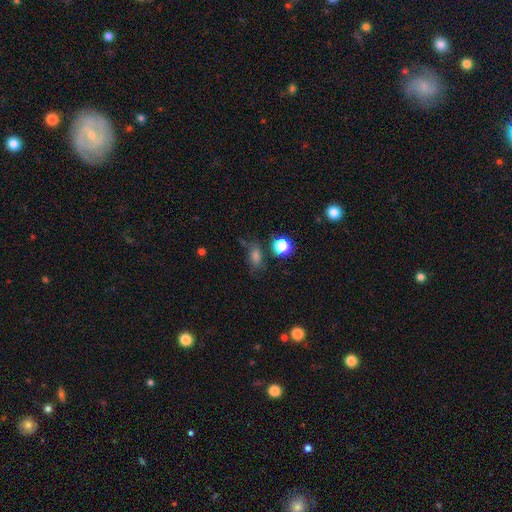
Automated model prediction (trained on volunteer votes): The model was most divided on "merging": none: 65%, minor disturbance: 20%, major disturbance: 8%, merger: 8%. More confident: how rounded — in between (74%); smooth or featured — smooth (72%).